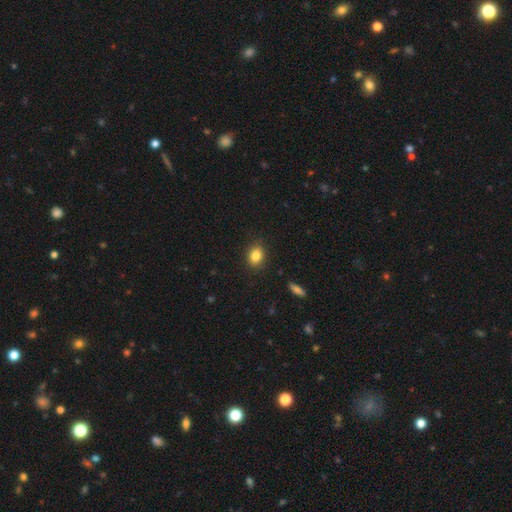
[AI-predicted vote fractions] smooth 85%, star or artifact 10%, featured or disk 6%. Down the decision tree: how rounded — in between (61%); merging — none (87%).